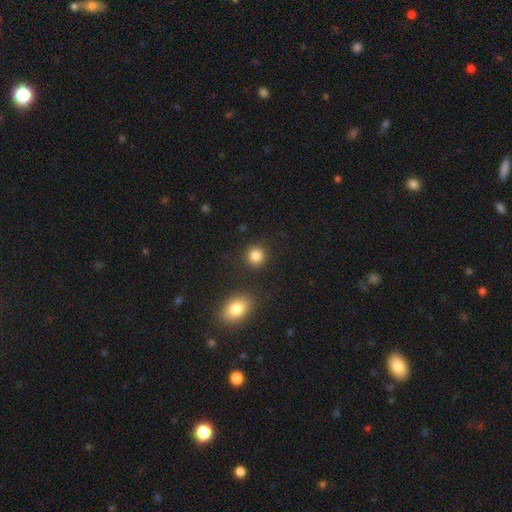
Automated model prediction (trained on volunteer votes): This appears to be a smooth galaxy with no disk features (85%) that is round (90%). Merging: none (88%).